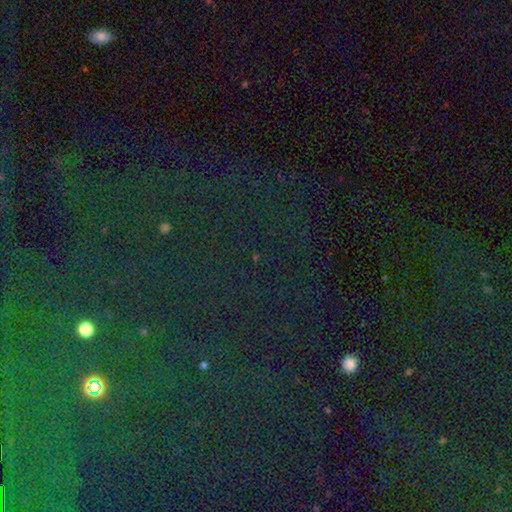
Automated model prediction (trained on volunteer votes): Q: Smooth or featured?
A: star or artifact (81%); runner-up: smooth (11%)